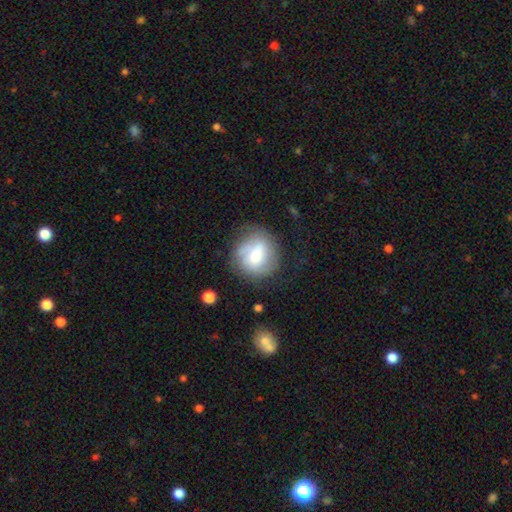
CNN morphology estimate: A smooth galaxy with no disk features (50%) that is round (81%). Merging: none (60%).